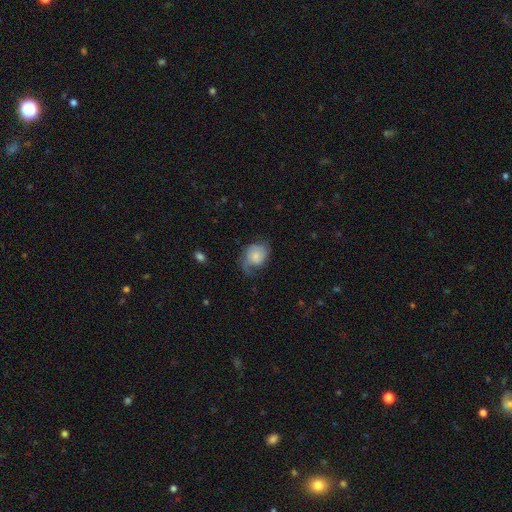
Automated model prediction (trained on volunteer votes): A smooth galaxy with no disk features (49%).

Vote fractions:
- Smooth or featured? smooth: 49% / featured or disk: 43% / star or artifact: 8%
- Merging? none: 41% / minor disturbance: 32% / major disturbance: 25% / merger: 2%